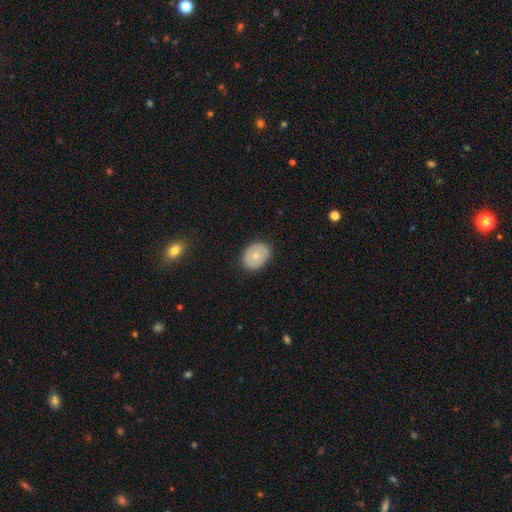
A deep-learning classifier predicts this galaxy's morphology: Q: Smooth or featured?
A: smooth (68%); runner-up: featured or disk (25%)
Q: How rounded?
A: in between (62%); runner-up: round (37%)
Q: Merging?
A: none (84%); runner-up: minor disturbance (12%)